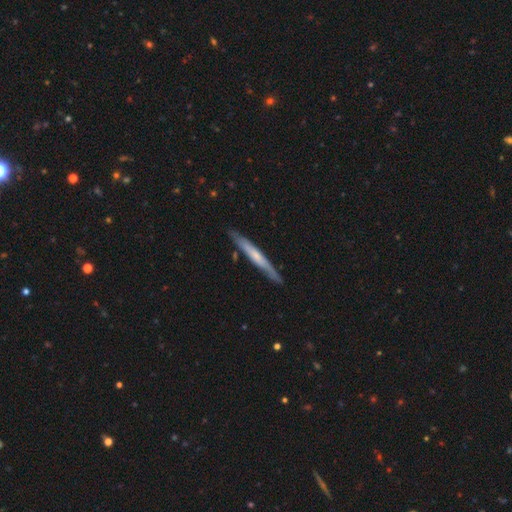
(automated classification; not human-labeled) Smooth or featured: featured or disk — 55% (smooth — 40%)
Edge-on disk: yes — 94% (no — 6%)
Edge-on bulge: none — 57% (rounded — 33%)
Merging: none — 85% (minor disturbance — 11%)